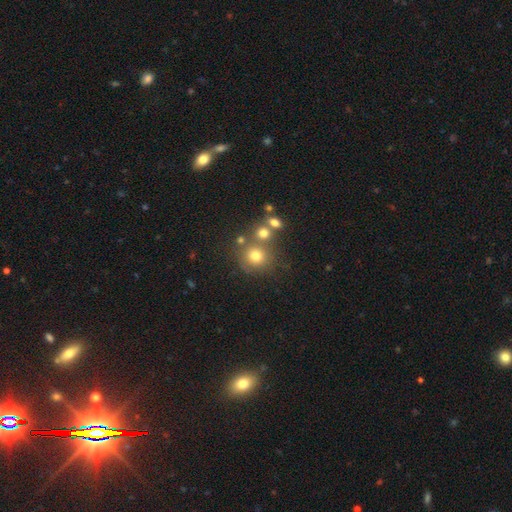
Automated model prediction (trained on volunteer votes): A smooth galaxy with no disk features (72%) that is round (88%).

Vote fractions:
- Smooth or featured? smooth: 72% / star or artifact: 16% / featured or disk: 12%
- How rounded? round: 88% / in between: 11% / cigar-shaped: 1%
- Merging? none: 63% / merger: 21% / minor disturbance: 10% / major disturbance: 5%